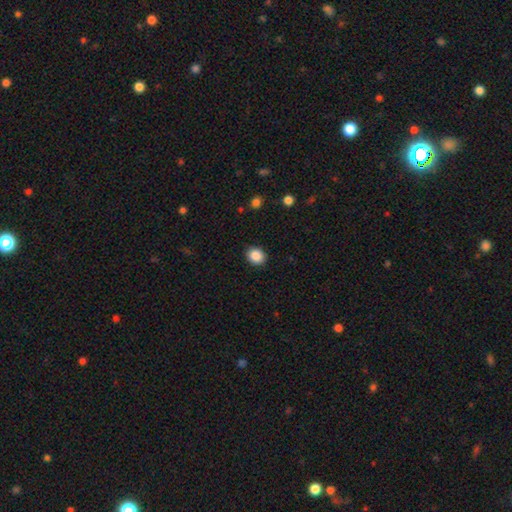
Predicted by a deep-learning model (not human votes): This is clearly a smooth galaxy (88%). How rounded: likely round (61%). Merging: clearly none (90%).